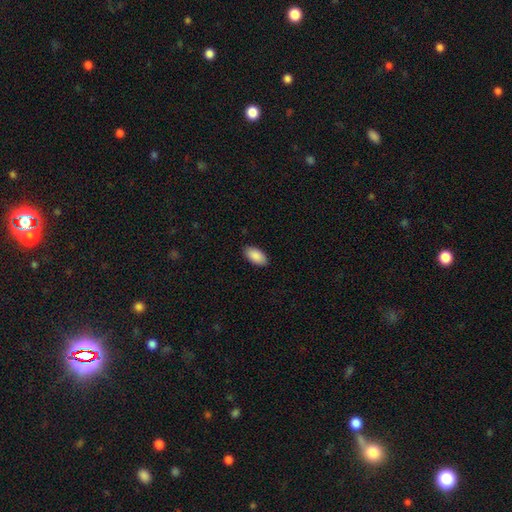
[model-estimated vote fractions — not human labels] smooth-or-featured: smooth: 91% | star or artifact: 6% | featured or disk: 4%
  how-rounded: in between: 95% | cigar-shaped: 3% | round: 2%
  merging: none: 88% | minor disturbance: 9% | major disturbance: 2% | merger: 1%